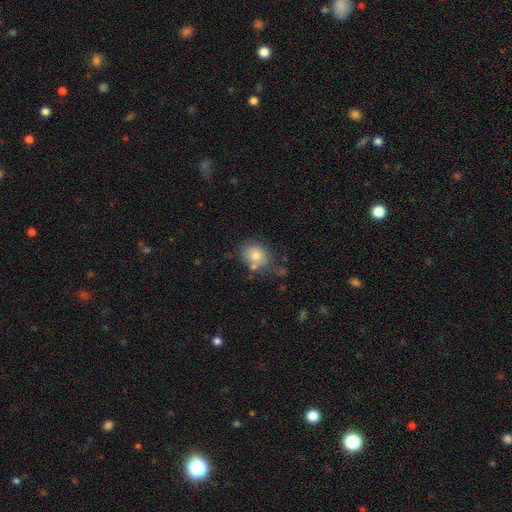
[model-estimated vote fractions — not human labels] Smooth or featured? Predicted: smooth (p=0.75). How rounded? Predicted: round (p=0.60). Merging? Predicted: none (p=0.63).